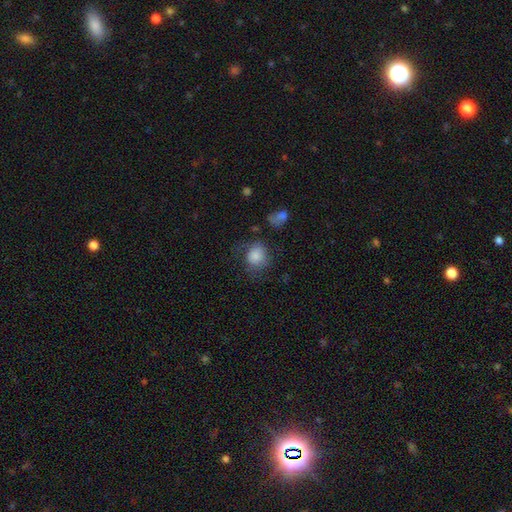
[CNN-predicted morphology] Smooth or featured?
  - smooth: 81% *
  - featured or disk: 11%
  - star or artifact: 9%
How rounded?
  - round: 70% *
  - in between: 29%
  - cigar-shaped: 1%
Merging?
  - none: 51% *
  - minor disturbance: 25%
  - major disturbance: 20%
  - merger: 5%